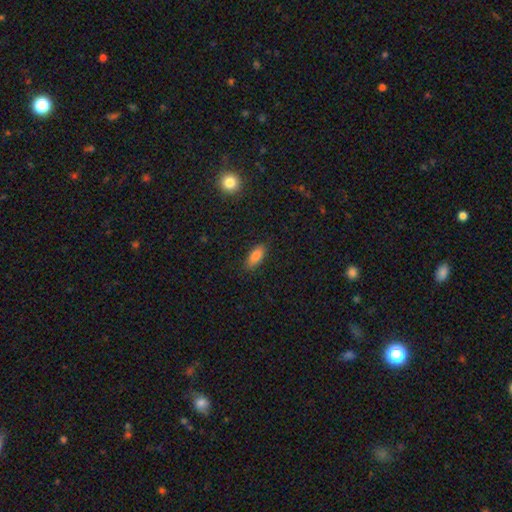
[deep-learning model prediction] Smooth or featured? smooth (82%)
How rounded? in between (83%)
Merging? none (86%)